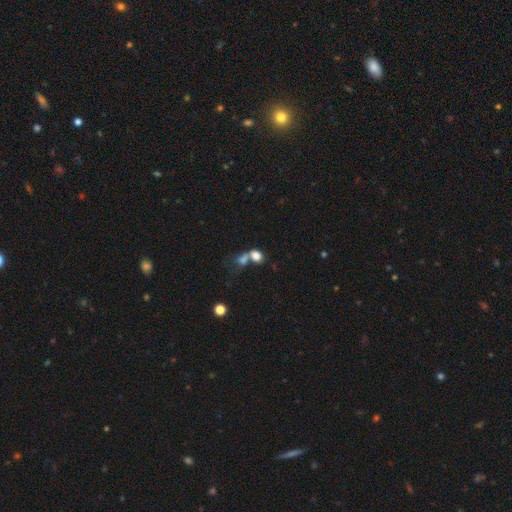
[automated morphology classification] smooth_or_featured: smooth (p=0.77) [alt: star or artifact p=0.12]
how_rounded: in between (p=0.57) [alt: round p=0.41]
merging: merger (p=0.53) [alt: none p=0.30]